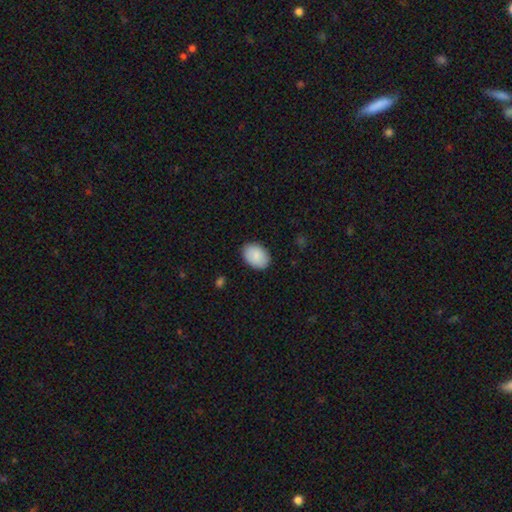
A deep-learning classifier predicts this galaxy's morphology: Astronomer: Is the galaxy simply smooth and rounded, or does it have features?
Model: smooth — 89%.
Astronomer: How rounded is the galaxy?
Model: in between — 81%.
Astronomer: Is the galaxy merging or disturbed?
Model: none — 87%.